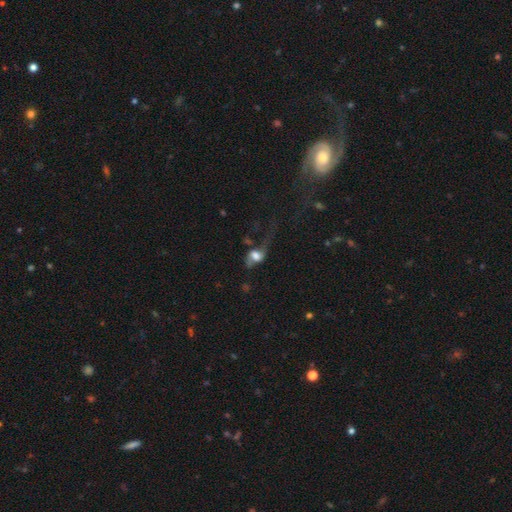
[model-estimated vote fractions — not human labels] Smooth or featured? Predicted: smooth (p=0.48). Merging? Predicted: major disturbance (p=0.56).